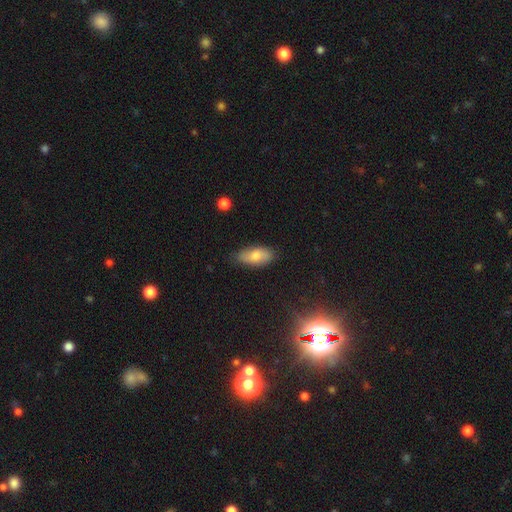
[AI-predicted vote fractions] This is likely a smooth galaxy (74%). How rounded: clearly in between (89%). Merging: likely none (77%).